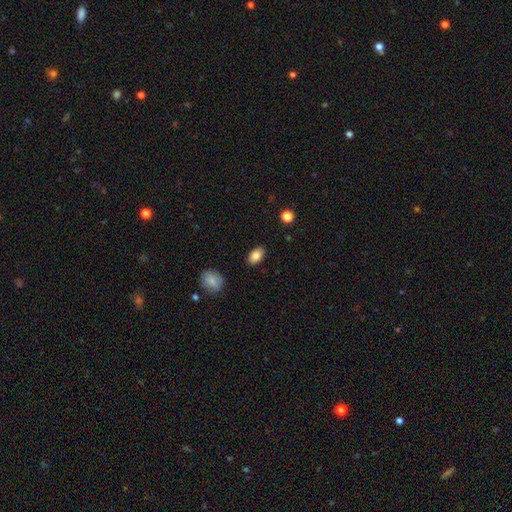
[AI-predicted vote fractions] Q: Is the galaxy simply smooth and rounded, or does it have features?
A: smooth — 84%.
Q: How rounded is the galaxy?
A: in between — 90%.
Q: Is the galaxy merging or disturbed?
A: none — 88%.